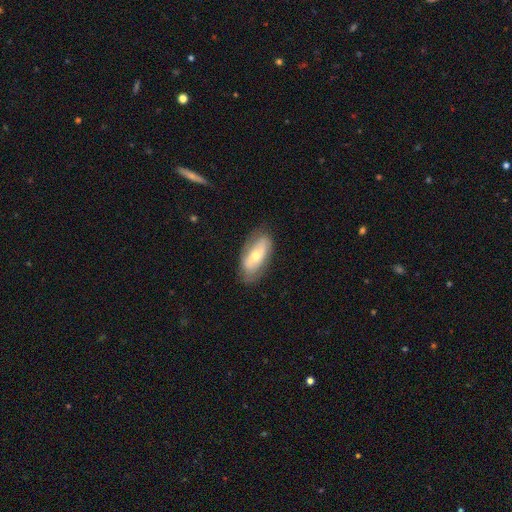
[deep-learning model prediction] A featured or disk galaxy (50%). Merging: none (75%).